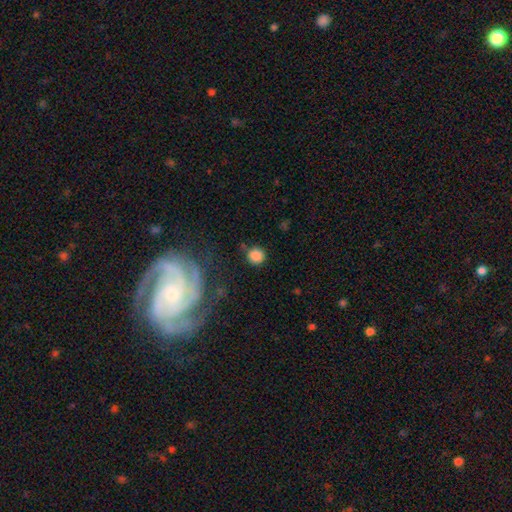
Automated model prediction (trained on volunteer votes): Smooth or featured? smooth (83%)
How rounded? round (92%)
Merging? none (79%)